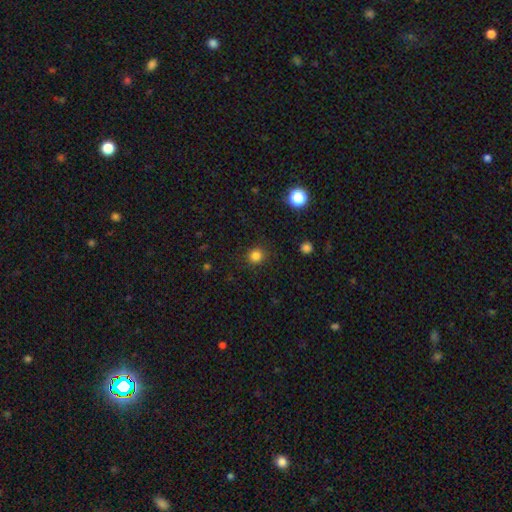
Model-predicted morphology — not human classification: This is clearly a smooth galaxy (82%). How rounded: clearly round (91%). Merging: clearly none (89%).